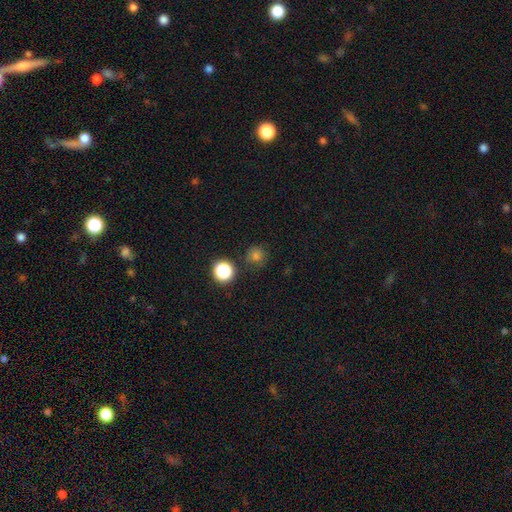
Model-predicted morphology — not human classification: smooth-or-featured: smooth: 74% | star or artifact: 21% | featured or disk: 6%
  how-rounded: round: 93% | in between: 6% | cigar-shaped: 1%
  merging: none: 81% | minor disturbance: 11% | merger: 4% | major disturbance: 4%